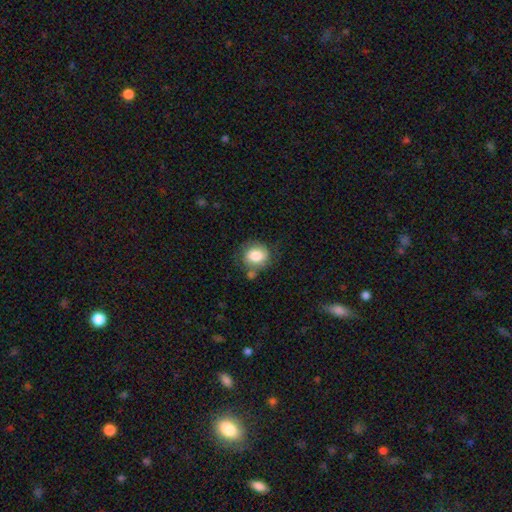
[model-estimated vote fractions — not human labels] smooth 78%, featured or disk 14%, star or artifact 8%. Down the decision tree: how rounded — round (76%); merging — none (63%).